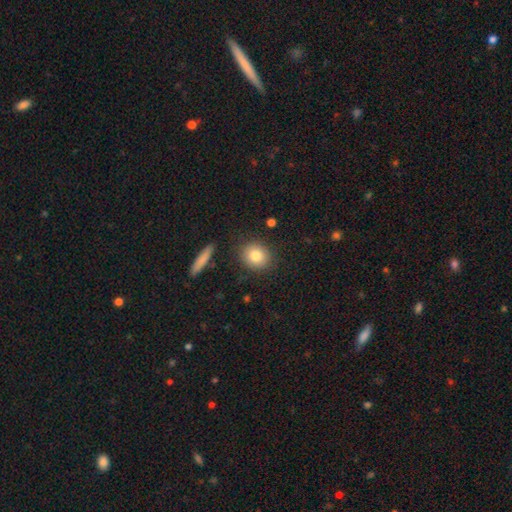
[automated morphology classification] Smooth or featured? Predicted: smooth (p=0.82). How rounded? Predicted: round (p=0.79). Merging? Predicted: none (p=0.87).